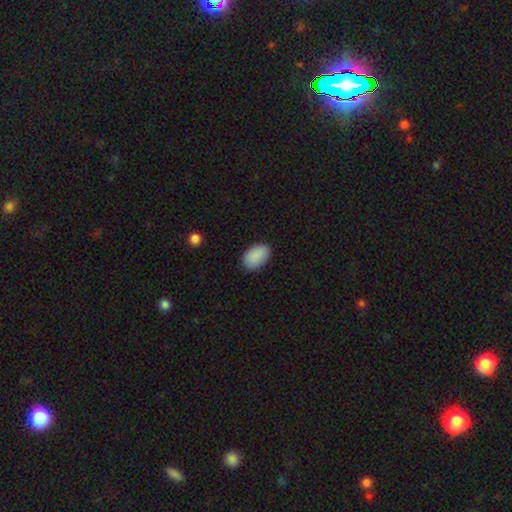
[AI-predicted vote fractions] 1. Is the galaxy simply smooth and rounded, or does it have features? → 90% smooth, 7% star or artifact, 4% featured or disk.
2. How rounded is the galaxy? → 89% in between, 10% round, 1% cigar-shaped.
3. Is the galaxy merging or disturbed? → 85% none, 12% minor disturbance, 2% major disturbance, 1% merger.